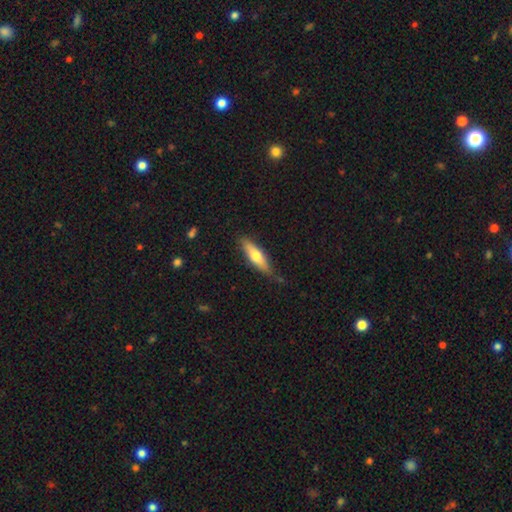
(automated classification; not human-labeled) Morphology: type=smooth (58%); roundness=cigar-shaped (68%); merging=none (81%).